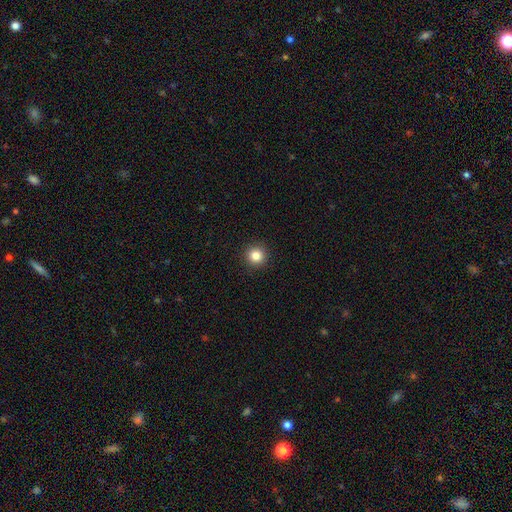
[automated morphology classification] Smooth or featured? Predicted: smooth (p=0.84). How rounded? Predicted: round (p=0.95). Merging? Predicted: none (p=0.93).